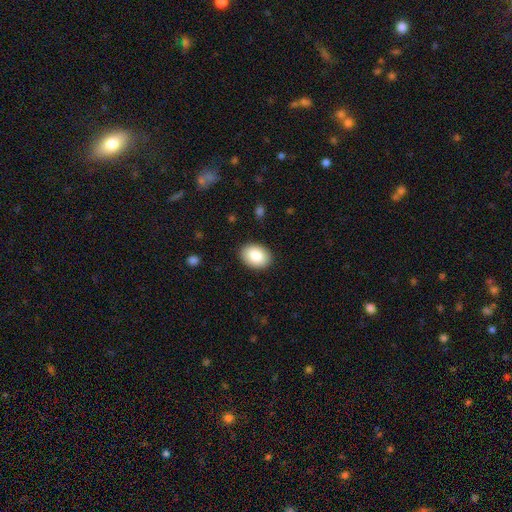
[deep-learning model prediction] smooth 86%, featured or disk 7%, star or artifact 7%. Down the decision tree: how rounded — in between (75%); merging — none (90%).